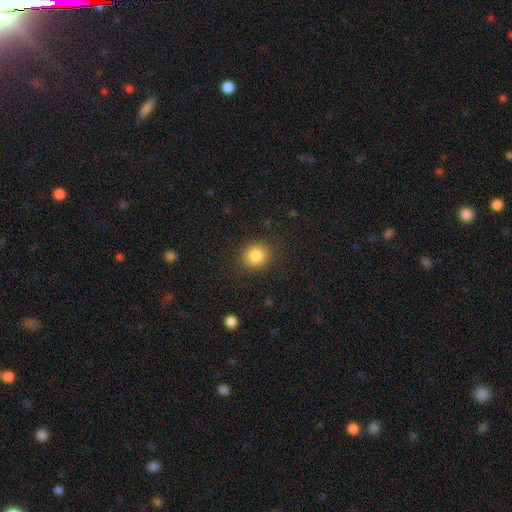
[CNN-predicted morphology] A smooth galaxy with no disk features (85%) that is round (74%).

Vote fractions:
- Smooth or featured? smooth: 85% / star or artifact: 10% / featured or disk: 5%
- How rounded? round: 74% / in between: 25% / cigar-shaped: 1%
- Merging? none: 87% / minor disturbance: 9% / major disturbance: 3% / merger: 1%